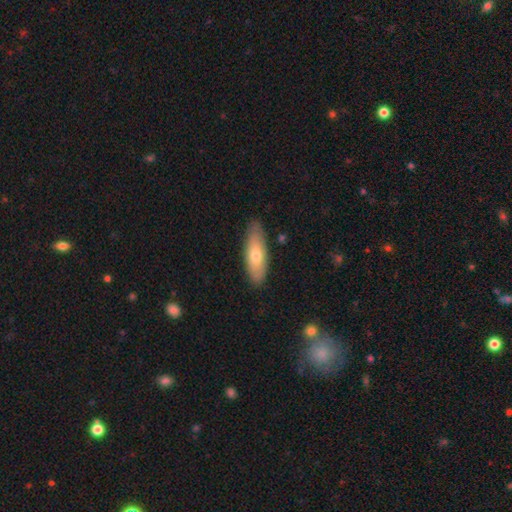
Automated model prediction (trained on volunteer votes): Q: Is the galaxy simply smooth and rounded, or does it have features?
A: smooth — 68%.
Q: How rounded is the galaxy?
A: in between — 56%.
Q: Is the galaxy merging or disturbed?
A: none — 83%.